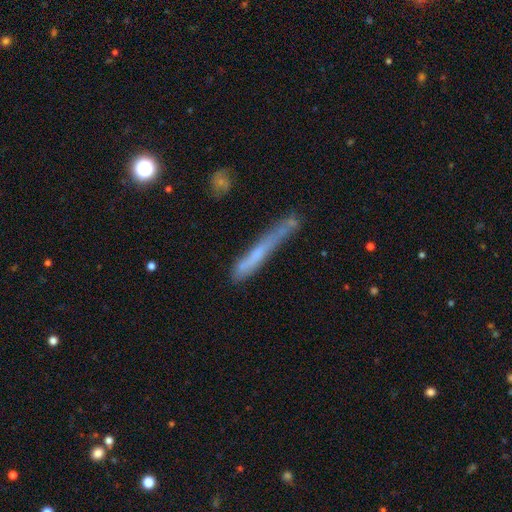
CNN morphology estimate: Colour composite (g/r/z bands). It shows a smooth galaxy with no disk features (54%) that is cigar-shaped (96%). Merging: none (56%).